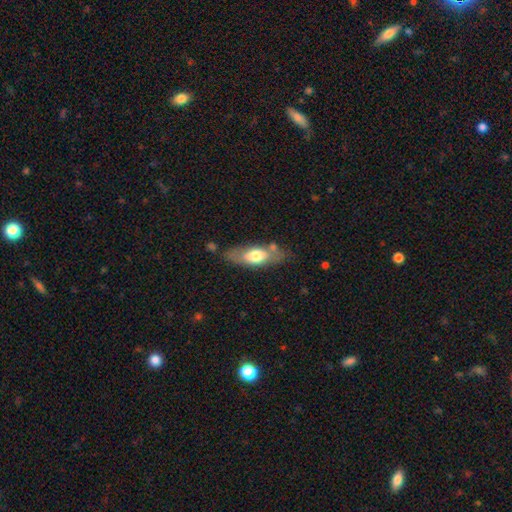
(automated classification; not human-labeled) This is likely a smooth galaxy (61%). How rounded: likely in between (74%). Merging: likely none (70%).